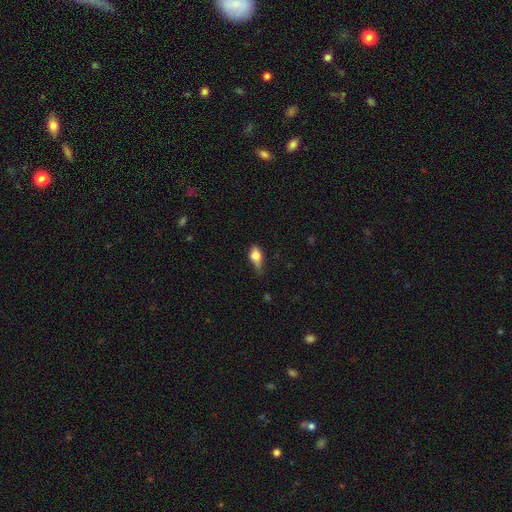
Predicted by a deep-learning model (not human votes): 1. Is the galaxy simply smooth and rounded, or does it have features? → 71% smooth, 21% featured or disk, 9% star or artifact.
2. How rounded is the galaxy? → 77% in between, 12% round, 11% cigar-shaped.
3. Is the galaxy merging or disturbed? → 42% minor disturbance, 36% none, 20% major disturbance, 3% merger.